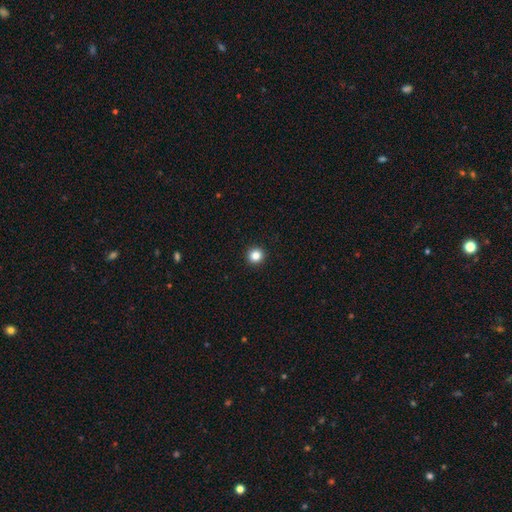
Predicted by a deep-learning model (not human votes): smooth-or-featured: smooth: 84% | star or artifact: 12% | featured or disk: 4%
  how-rounded: round: 95% | in between: 4% | cigar-shaped: 1%
  merging: none: 94% | minor disturbance: 4% | major disturbance: 1% | merger: 1%